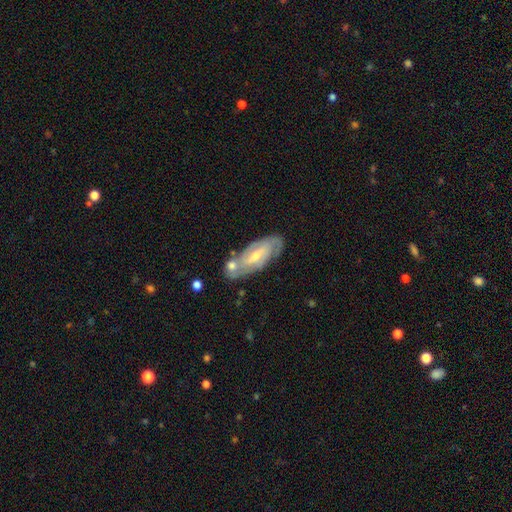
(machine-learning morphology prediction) Overall: featured or disk (75%). Edge-on disk: no (88%). Bar: weak (48%; no 31%). Spiral arms: yes (89%). Spiral arm count: 2 (56%; can't tell 28%). Spiral winding: tight (55%; medium 35%). Bulge size: small (53%; moderate 42%). Merging: none (65%).